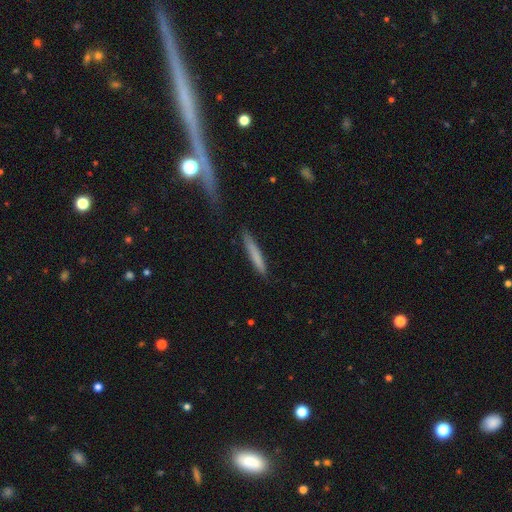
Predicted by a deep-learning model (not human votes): Morphology: type=smooth (74%); roundness=cigar-shaped (94%); merging=none (81%).